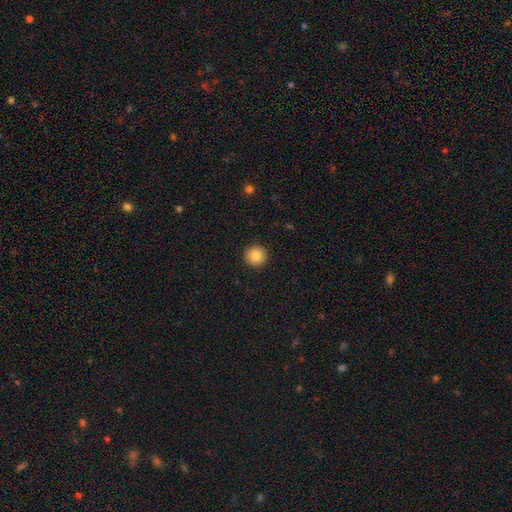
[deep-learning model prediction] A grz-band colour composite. It shows a smooth galaxy with no disk features (86%) that is round (96%). Merging: none (93%).